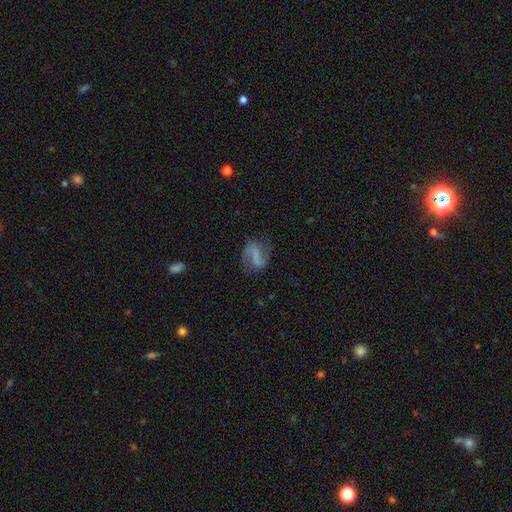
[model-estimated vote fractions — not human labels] This is likely a featured or disk galaxy (78%). It is clearly not viewed edge-on (98%). Bar: marginally strong (41%). Spiral arm pattern: clearly yes (94%). Spiral arm count: clearly 2 (91%). Spiral winding: possibly loose (46%). Central bulge: likely none (63%). Merging: likely none (77%).